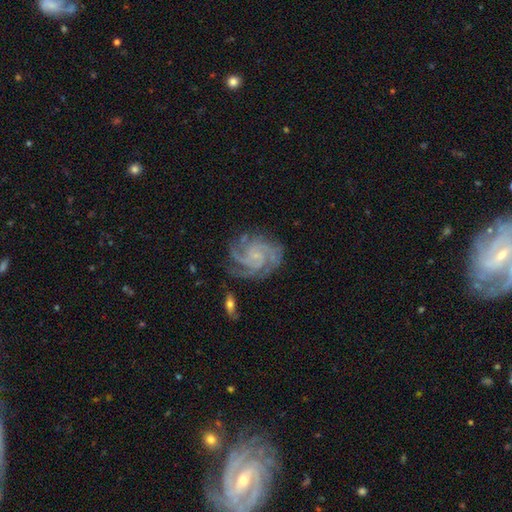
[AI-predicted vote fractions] Morphology: type=featured or disk (90%); edge-on=no (98%); bar=no (67%); spiral arms=yes (98%); winding=tight (62%); arm count=3 (40%); bulge=small (71%); merging=none (74%).